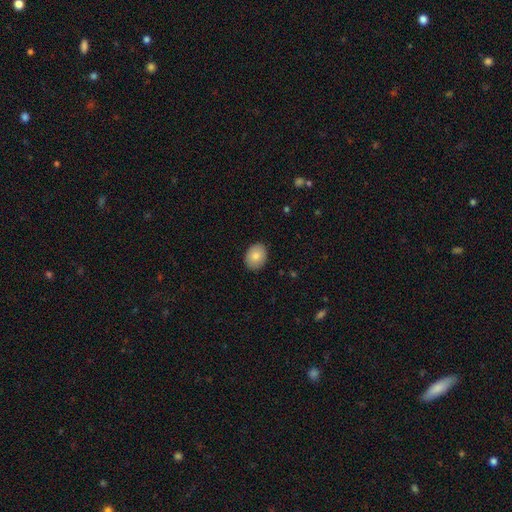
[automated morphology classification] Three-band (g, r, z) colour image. It shows a smooth galaxy with no disk features (81%) that is in between round and cigar-shaped (64%). Merging: none (89%).